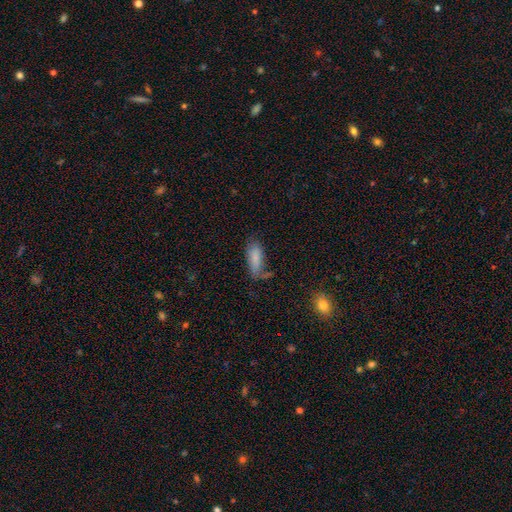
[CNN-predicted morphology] smooth-or-featured: smooth: 82% | featured or disk: 10% | star or artifact: 8%
  how-rounded: in between: 80% | cigar-shaped: 18% | round: 2%
  merging: none: 53% | minor disturbance: 27% | major disturbance: 13% | merger: 7%